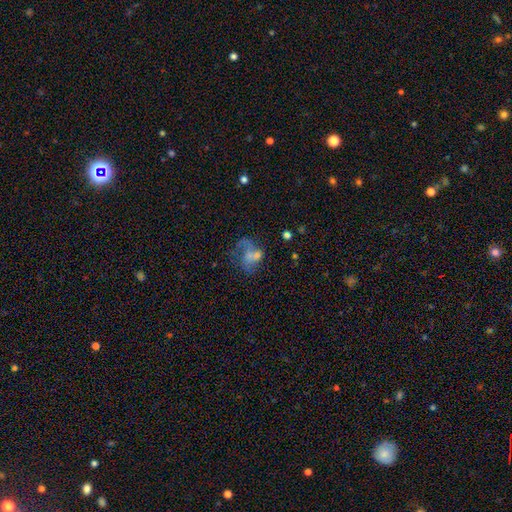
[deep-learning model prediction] Smooth or featured?
  - featured or disk: 52% *
  - smooth: 30%
  - star or artifact: 18%
Edge-on disk?
  - no: 97% *
  - yes: 3%
Bar?
  - no: 76% *
  - weak: 20%
  - strong: 5%
Spiral arms?
  - no: 53% *
  - yes: 47%
Bulge size?
  - none: 44% *
  - small: 27%
  - moderate: 21%
  - large: 6%
  - dominant: 2%
Merging?
  - major disturbance: 36% *
  - none: 28%
  - merger: 21%
  - minor disturbance: 15%